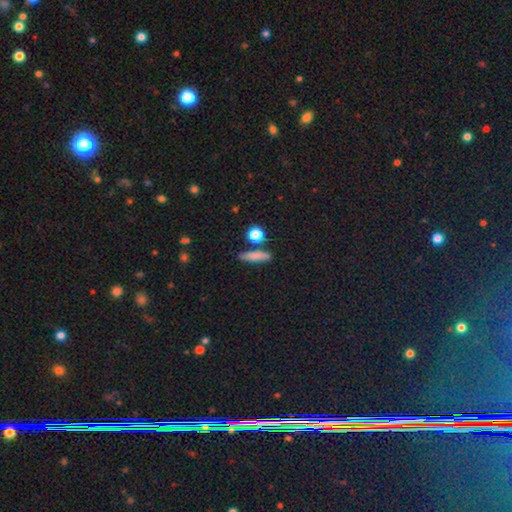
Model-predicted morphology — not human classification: This is likely a smooth galaxy (77%). How rounded: likely cigar-shaped (65%). Merging: likely none (76%).